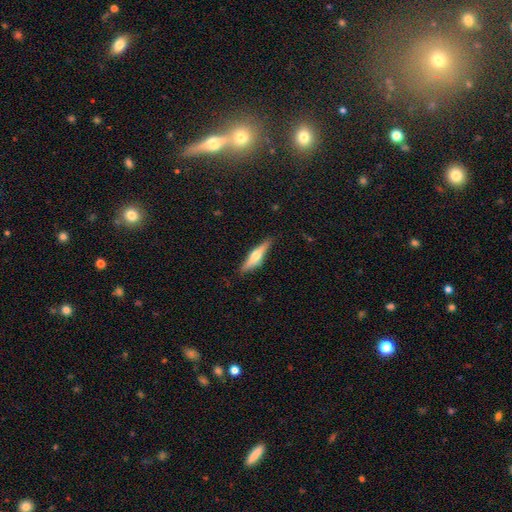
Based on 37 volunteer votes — Smooth or featured: featured or disk — 68% (smooth — 30%)
Edge-on disk: yes — 100%
Edge-on bulge: rounded — 88% (none — 8%)
Merging: none — 83% (minor disturbance — 14%)